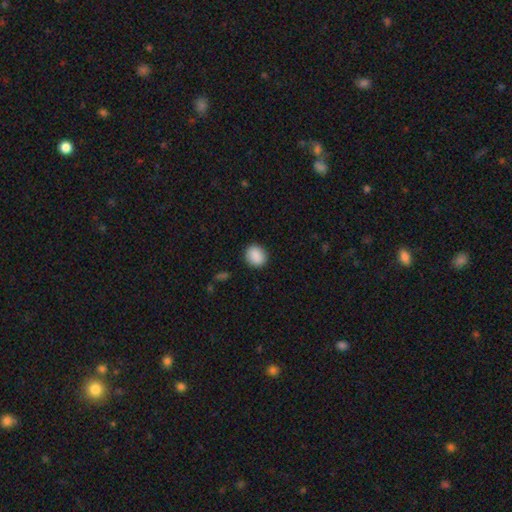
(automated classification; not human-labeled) A smooth galaxy with no disk features (89%) that is round (67%). Merging: none (88%).